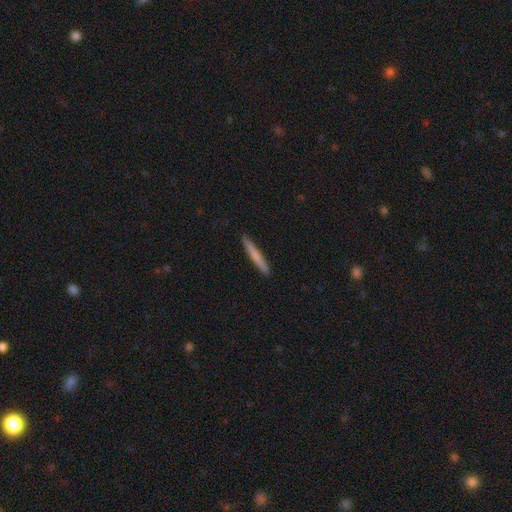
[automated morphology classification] This is likely a smooth galaxy (67%). How rounded: clearly cigar-shaped (96%). Merging: clearly none (92%).